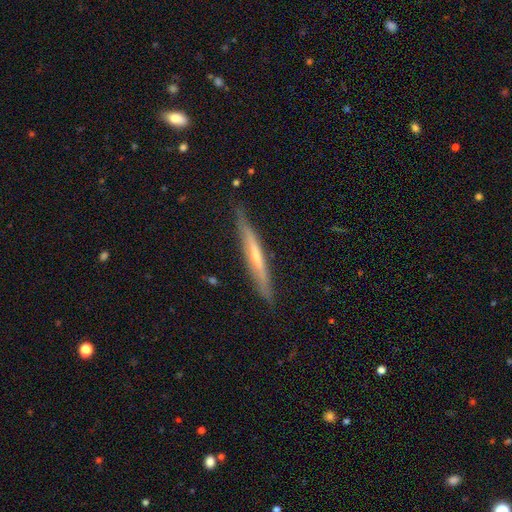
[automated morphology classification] This appears to be a featured or disk galaxy (62%) viewed edge-on (93%) with no central bulge (54%). Merging: none (84%).